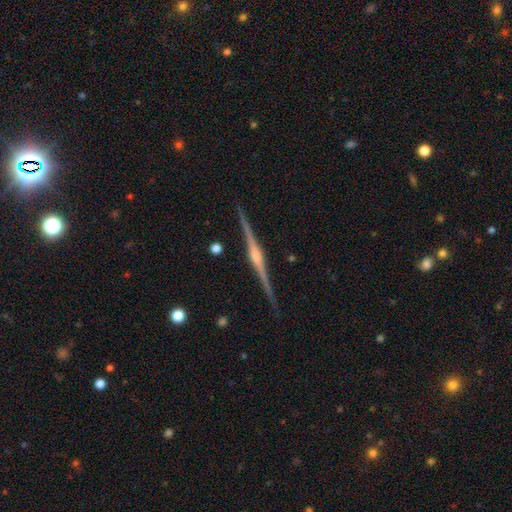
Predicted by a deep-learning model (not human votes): This appears to be a featured or disk galaxy (89%) viewed edge-on (99%) with a rounded central bulge (83%). Merging: none (91%).